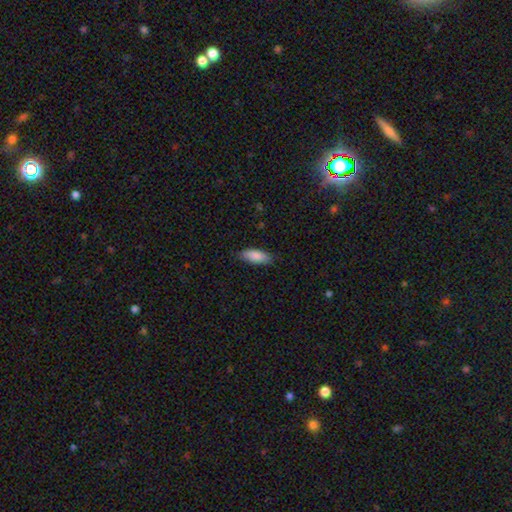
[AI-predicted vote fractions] The model was most divided on "how rounded": in between: 75%, cigar-shaped: 24%, round: 2%. More confident: smooth or featured — smooth (87%); merging — none (84%).